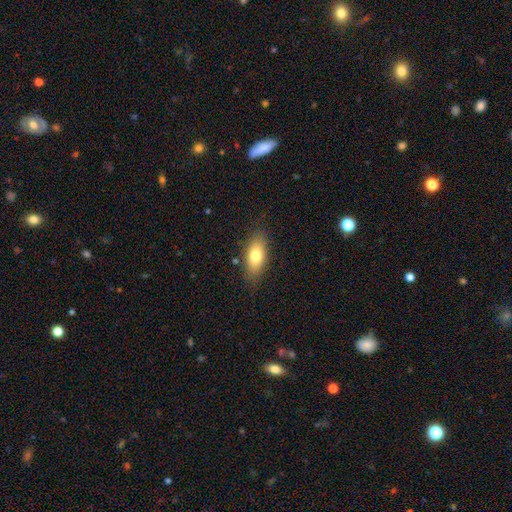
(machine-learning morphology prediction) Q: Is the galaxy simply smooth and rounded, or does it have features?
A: smooth — 77%.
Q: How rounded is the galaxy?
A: in between — 85%.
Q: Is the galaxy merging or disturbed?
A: none — 83%.